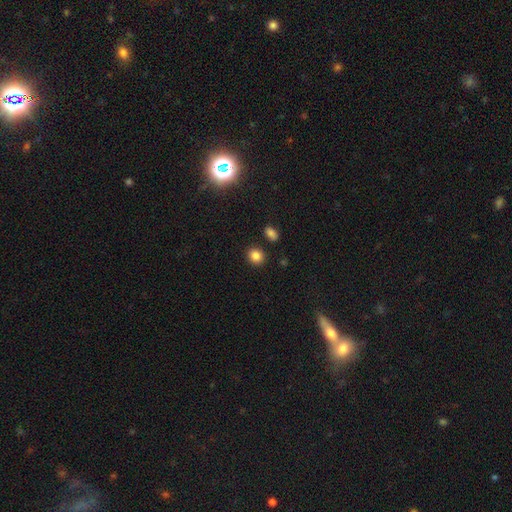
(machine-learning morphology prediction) smooth 85%, star or artifact 11%, featured or disk 4%. Down the decision tree: how rounded — round (75%); merging — none (87%).